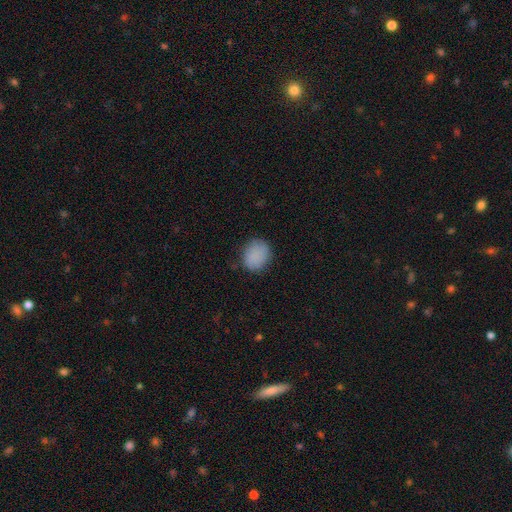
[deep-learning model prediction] Smooth or featured? smooth (87%)
How rounded? round (69%)
Merging? none (81%)